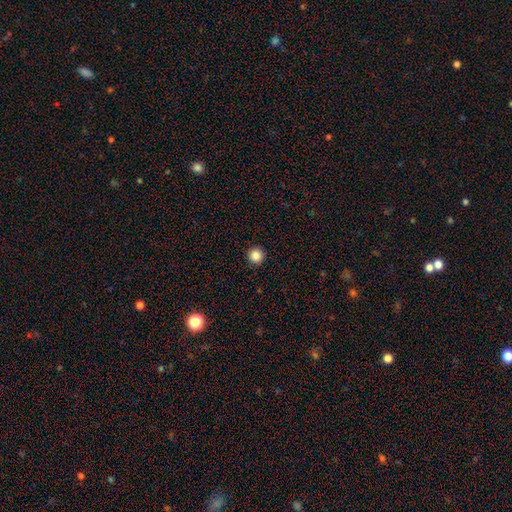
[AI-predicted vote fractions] Overall: smooth (87%). How rounded: round (96%). Merging: none (93%).